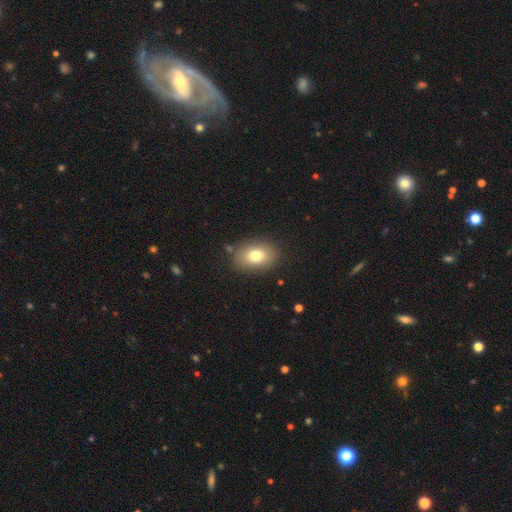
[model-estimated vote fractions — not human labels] Overall: smooth (77%). How rounded: in between (74%). Merging: none (85%).